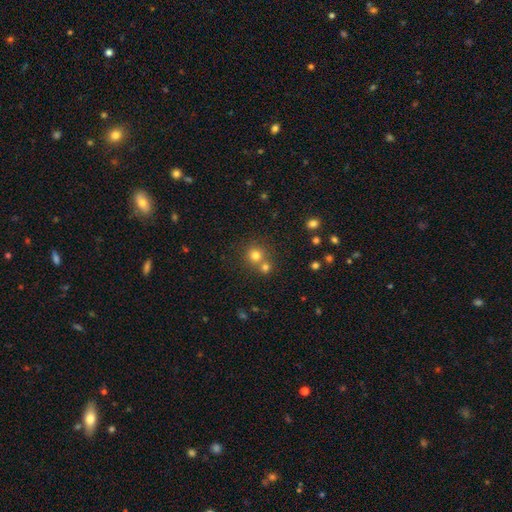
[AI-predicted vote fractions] Overall: smooth (75%). How rounded: round (91%). Merging: none (59%; merger 32%).